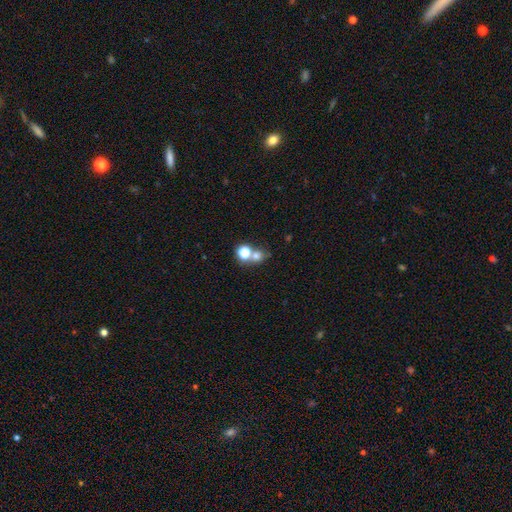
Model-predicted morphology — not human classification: The model was most divided on "merging": none: 46%, merger: 43%, minor disturbance: 7%, major disturbance: 4%. More confident: how rounded — round (75%); smooth or featured — smooth (69%).